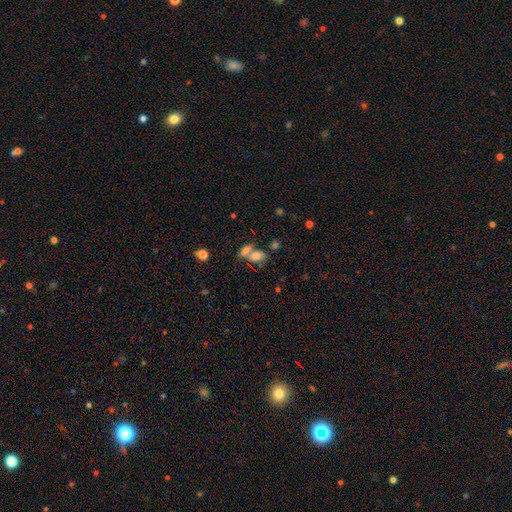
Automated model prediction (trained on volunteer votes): Q: Smooth or featured?
A: smooth (67%); runner-up: featured or disk (20%)
Q: How rounded?
A: in between (79%); runner-up: round (16%)
Q: Merging?
A: merger (52%); runner-up: none (31%)